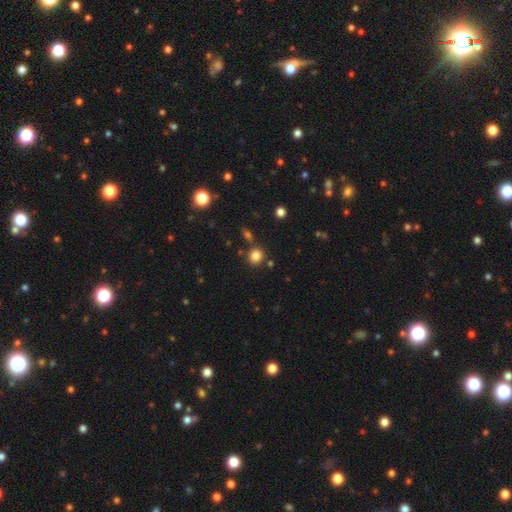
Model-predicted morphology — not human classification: A smooth galaxy with no disk features (82%) that is round (88%).

Vote fractions:
- Smooth or featured? smooth: 82% / star or artifact: 12% / featured or disk: 5%
- How rounded? round: 88% / in between: 11% / cigar-shaped: 1%
- Merging? none: 81% / merger: 8% / minor disturbance: 8% / major disturbance: 3%